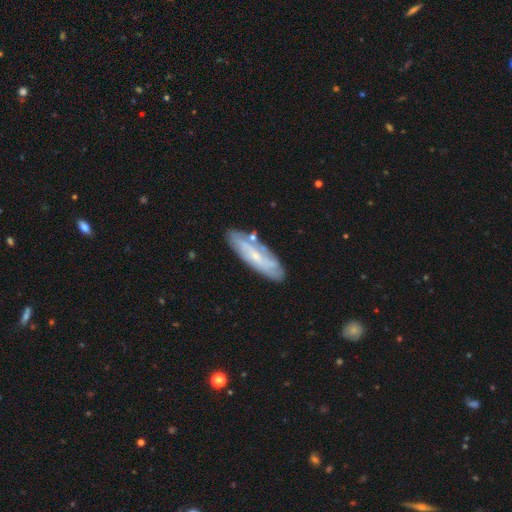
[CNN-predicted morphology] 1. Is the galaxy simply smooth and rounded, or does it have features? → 59% featured or disk, 35% smooth, 6% star or artifact.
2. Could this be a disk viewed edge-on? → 68% no, 32% yes.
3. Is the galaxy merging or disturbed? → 78% none, 14% minor disturbance, 4% merger, 3% major disturbance.